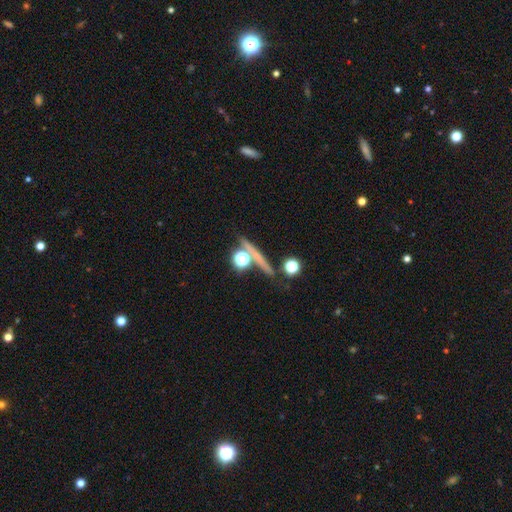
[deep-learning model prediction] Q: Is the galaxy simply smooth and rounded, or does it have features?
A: smooth — 40%.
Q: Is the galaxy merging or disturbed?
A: none — 73%.